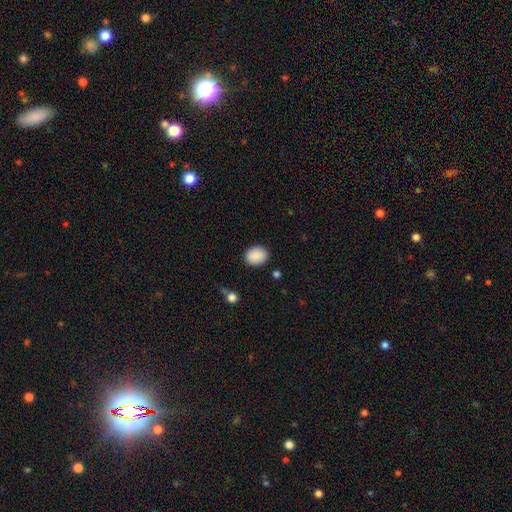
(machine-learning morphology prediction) A smooth galaxy with no disk features (89%) that is round (52%).

Vote fractions:
- Smooth or featured? smooth: 89% / star or artifact: 8% / featured or disk: 3%
- How rounded? round: 52% / in between: 47% / cigar-shaped: 1%
- Merging? none: 86% / minor disturbance: 10% / major disturbance: 3% / merger: 1%